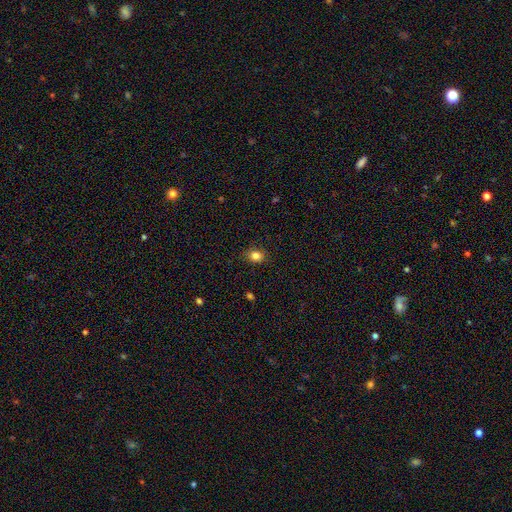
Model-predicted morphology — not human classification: Smooth or featured? Predicted: smooth (p=0.83). How rounded? Predicted: round (p=0.59). Merging? Predicted: none (p=0.83).